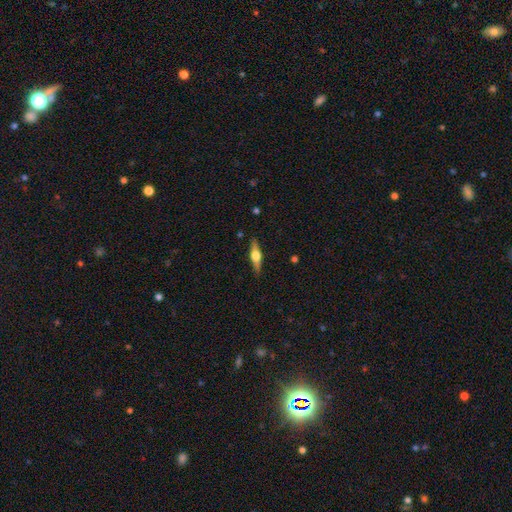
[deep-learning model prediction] This appears to be a featured or disk galaxy (67%) viewed edge-on (97%) with a rounded central bulge (93%). Merging: none (88%).